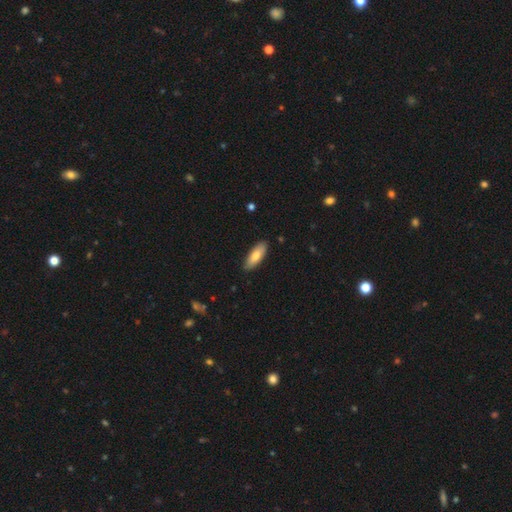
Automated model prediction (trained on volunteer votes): Smooth or featured?
  - smooth: 75% *
  - featured or disk: 19%
  - star or artifact: 6%
How rounded?
  - in between: 68% *
  - cigar-shaped: 31%
  - round: 2%
Merging?
  - none: 88% *
  - minor disturbance: 9%
  - major disturbance: 2%
  - merger: 1%